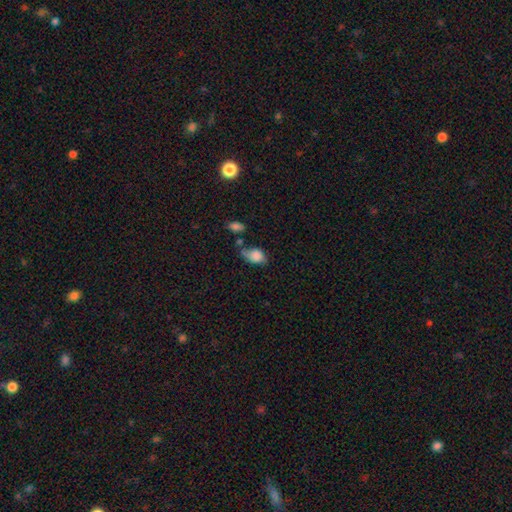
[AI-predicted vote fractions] The model was most divided on "merging": none: 36%, minor disturbance: 33%, major disturbance: 17%, merger: 14%. More confident: how rounded — in between (85%); smooth or featured — smooth (80%).